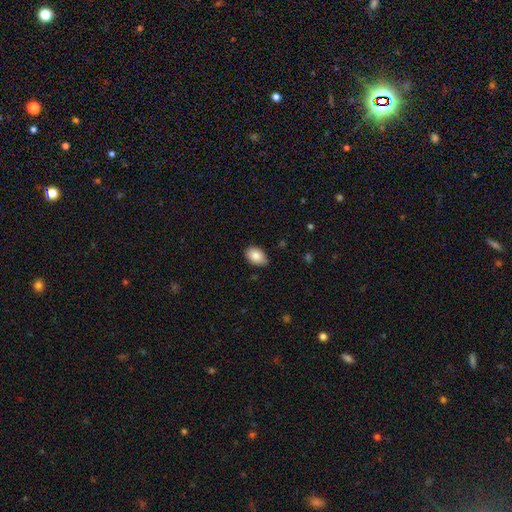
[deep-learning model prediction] smooth 87%, star or artifact 7%, featured or disk 6%. Down the decision tree: how rounded — in between (87%); merging — none (82%).